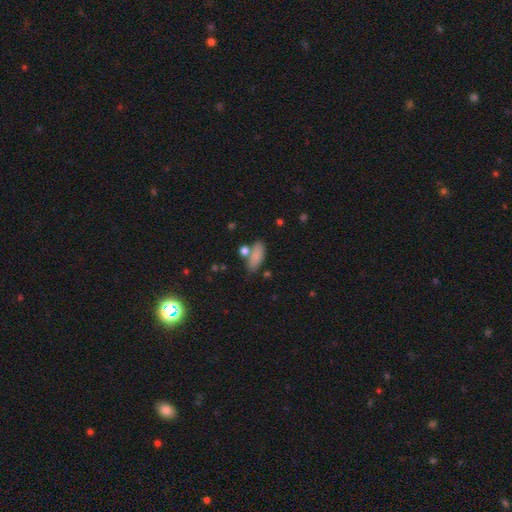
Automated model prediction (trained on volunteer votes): smooth-or-featured: smooth: 83% | featured or disk: 9% | star or artifact: 8%
  how-rounded: in between: 74% | cigar-shaped: 22% | round: 4%
  merging: none: 64% | minor disturbance: 17% | merger: 14% | major disturbance: 5%